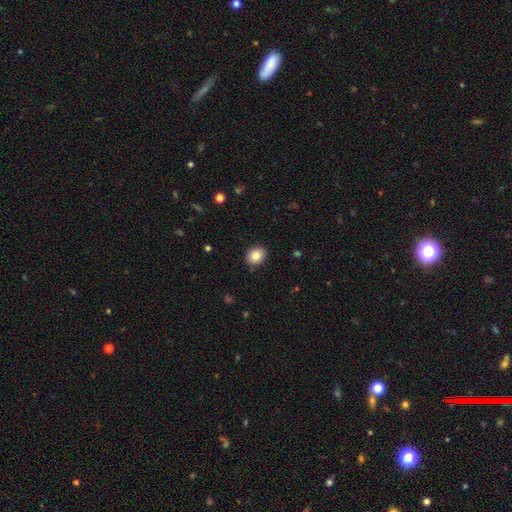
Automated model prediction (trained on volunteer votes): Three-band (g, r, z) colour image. It shows a smooth galaxy with no disk features (85%) that is round (67%). Merging: none (90%).